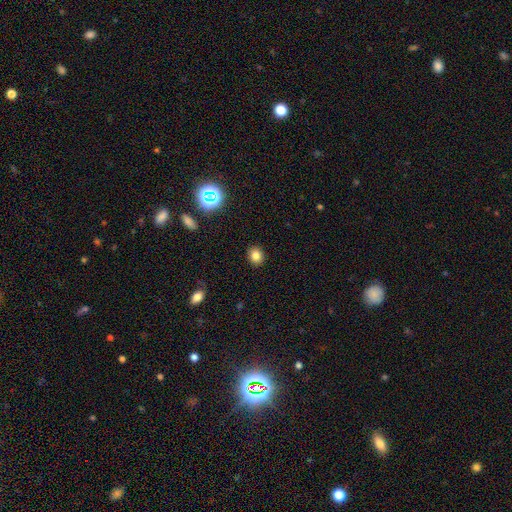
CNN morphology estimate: This appears to be a smooth galaxy with no disk features (81%) that is round (67%). Merging: none (90%).